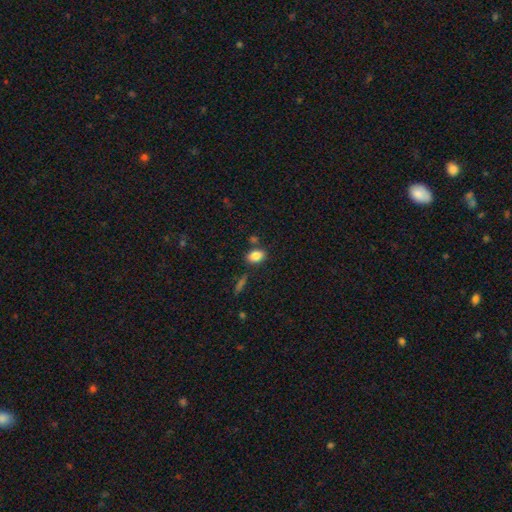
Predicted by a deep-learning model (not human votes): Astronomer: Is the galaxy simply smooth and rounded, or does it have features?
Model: smooth — 85%.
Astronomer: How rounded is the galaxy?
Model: in between — 81%.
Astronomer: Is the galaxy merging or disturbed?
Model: none — 75%.